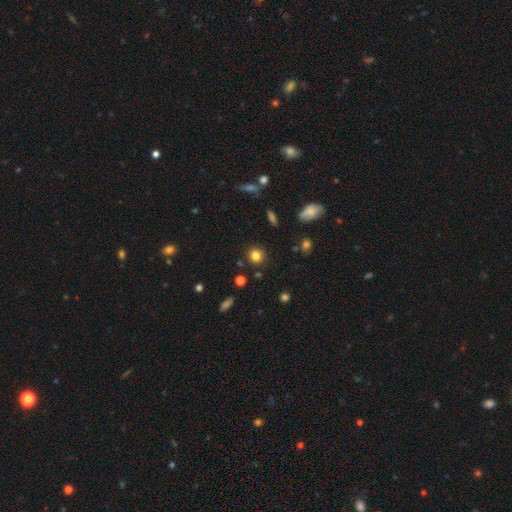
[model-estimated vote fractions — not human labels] The model was most divided on "smooth or featured": smooth: 82%, star or artifact: 12%, featured or disk: 6%. More confident: how rounded — round (90%); merging — none (88%).